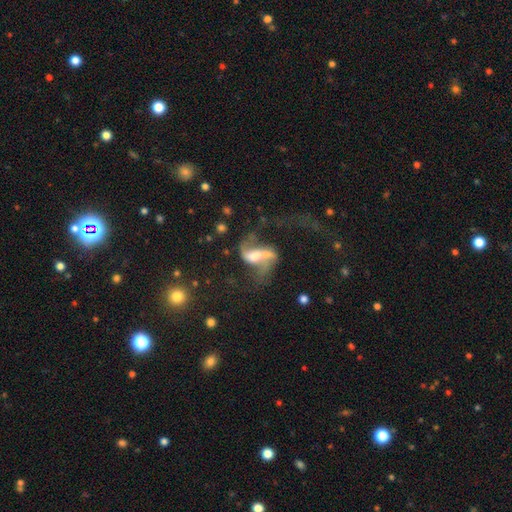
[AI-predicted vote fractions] featured or disk 74%, smooth 16%, star or artifact 10%. Down the decision tree: edge-on disk — no (96%); bar — weak (39%); spiral arms — yes (82%); spiral arm count — 2 (80%); spiral winding — loose (77%); bulge size — moderate (42%); merging — merger (30%, tied with major disturbance).